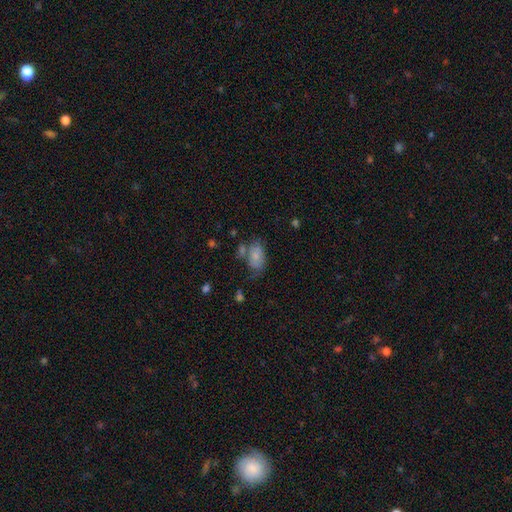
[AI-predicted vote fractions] Smooth or featured?
  - smooth: 74% *
  - featured or disk: 17%
  - star or artifact: 9%
How rounded?
  - in between: 90% *
  - round: 8%
  - cigar-shaped: 2%
Merging?
  - none: 39% *
  - minor disturbance: 27%
  - major disturbance: 17%
  - merger: 16%